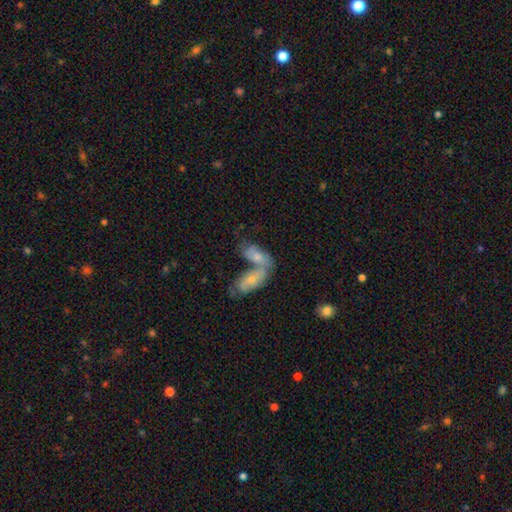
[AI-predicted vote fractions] This is likely a smooth galaxy (60%). How rounded: clearly in between (87%). Merging: likely merger (71%).